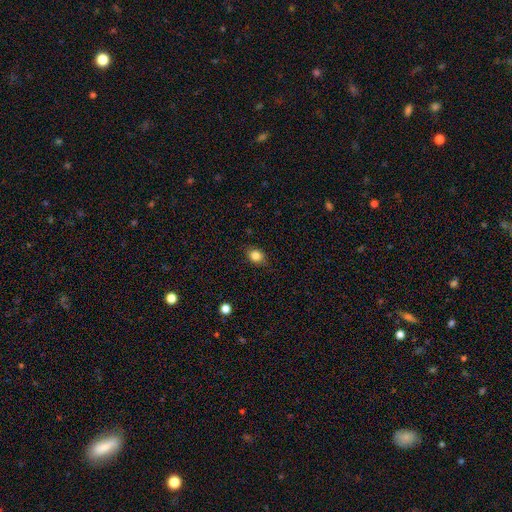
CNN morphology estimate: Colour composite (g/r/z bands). It shows a smooth galaxy with no disk features (84%) that is round (50%). Merging: none (84%).